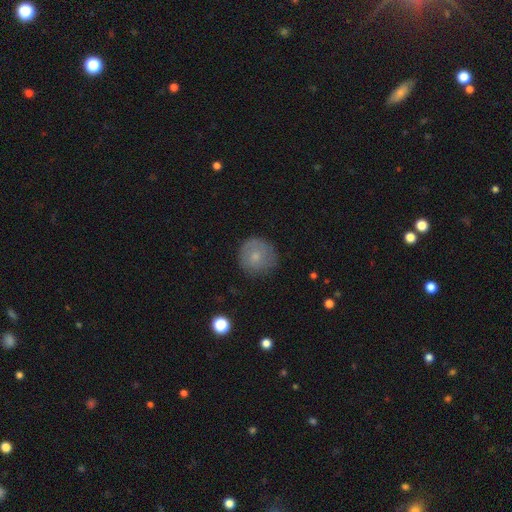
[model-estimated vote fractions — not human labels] Smooth or featured? smooth (71%)
How rounded? round (93%)
Merging? none (80%)